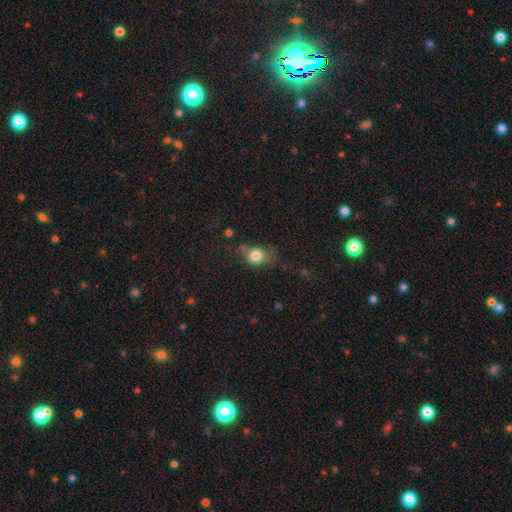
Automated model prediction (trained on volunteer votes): smooth 79%, featured or disk 10%, star or artifact 10%. Down the decision tree: how rounded — round (68%); merging — none (52%).